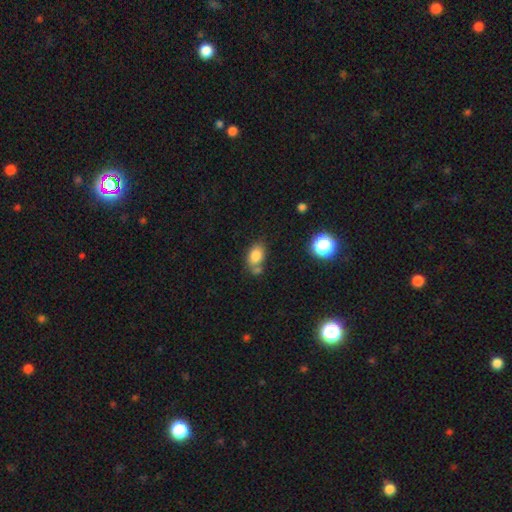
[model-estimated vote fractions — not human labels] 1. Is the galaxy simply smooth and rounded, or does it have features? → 81% smooth, 11% star or artifact, 9% featured or disk.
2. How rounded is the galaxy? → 78% in between, 21% round, 1% cigar-shaped.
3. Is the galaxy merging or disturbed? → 54% none, 21% merger, 19% minor disturbance, 6% major disturbance.